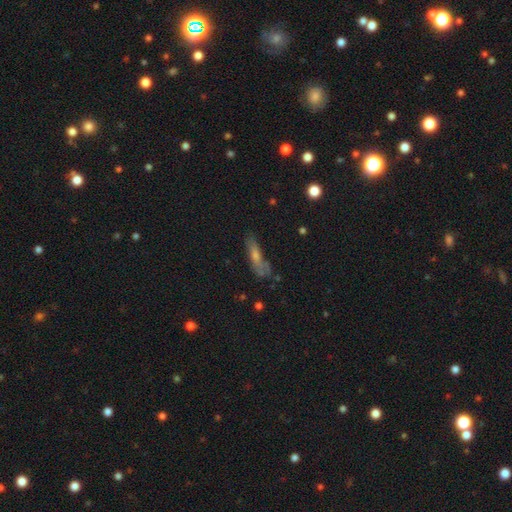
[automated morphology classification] The model was most divided on "smooth or featured": smooth: 47%, featured or disk: 37%, star or artifact: 16%. Remaining: merging — none (49%).